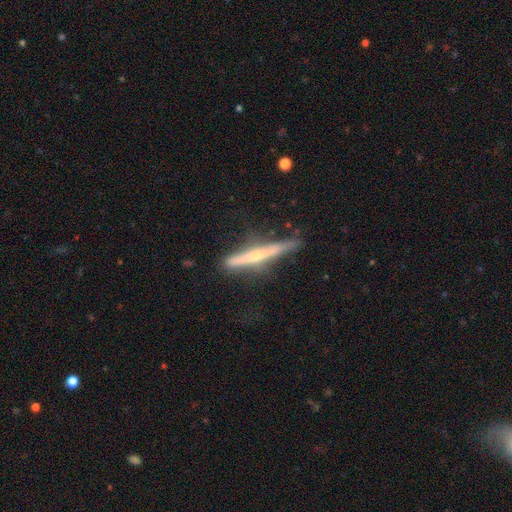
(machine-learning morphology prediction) Q: Smooth or featured?
A: featured or disk (62%); runner-up: smooth (31%)
Q: Edge-on disk?
A: yes (96%); runner-up: no (4%)
Q: Edge-on bulge?
A: rounded (51%); runner-up: none (42%)
Q: Merging?
A: none (73%); runner-up: minor disturbance (20%)